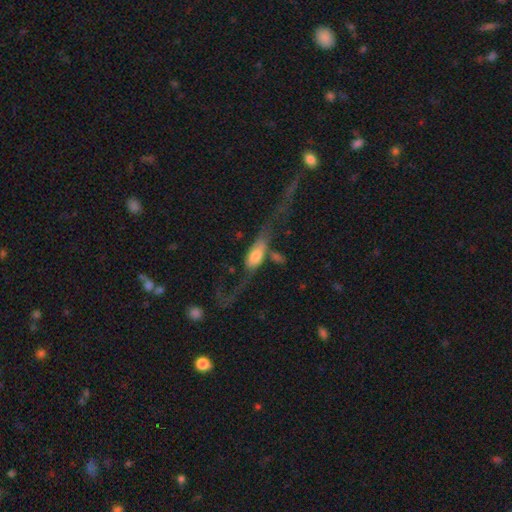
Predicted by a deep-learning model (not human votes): Smooth or featured?
  - featured or disk: 54% *
  - smooth: 39%
  - star or artifact: 7%
Edge-on disk?
  - no: 62% *
  - yes: 38%
Merging?
  - major disturbance: 42% *
  - none: 24%
  - merger: 19%
  - minor disturbance: 15%